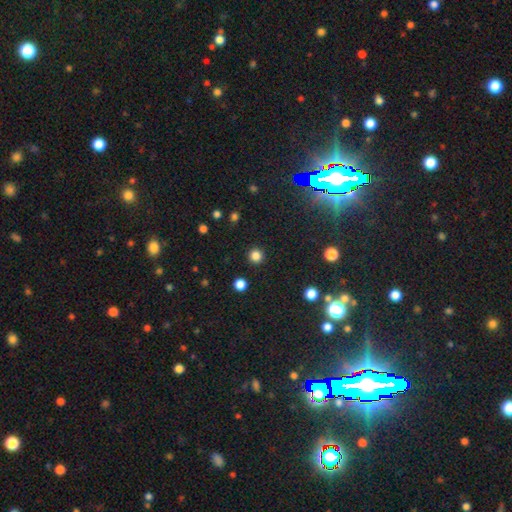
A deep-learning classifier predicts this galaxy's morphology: A smooth galaxy with no disk features (83%) that is round (95%). Merging: none (92%).